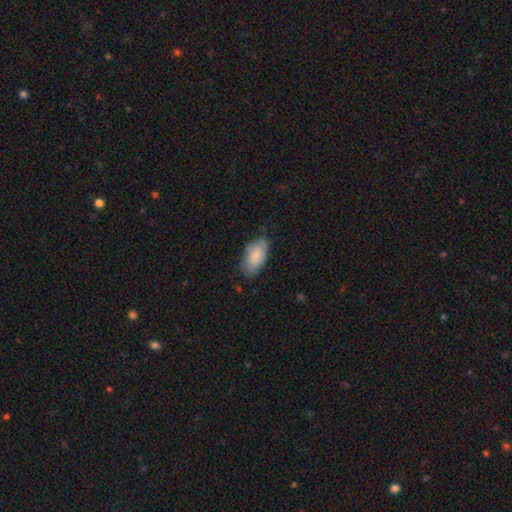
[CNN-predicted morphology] smooth-or-featured: smooth: 85% | featured or disk: 9% | star or artifact: 6%
  how-rounded: in between: 93% | cigar-shaped: 4% | round: 3%
  merging: none: 70% | minor disturbance: 24% | major disturbance: 5% | merger: 1%